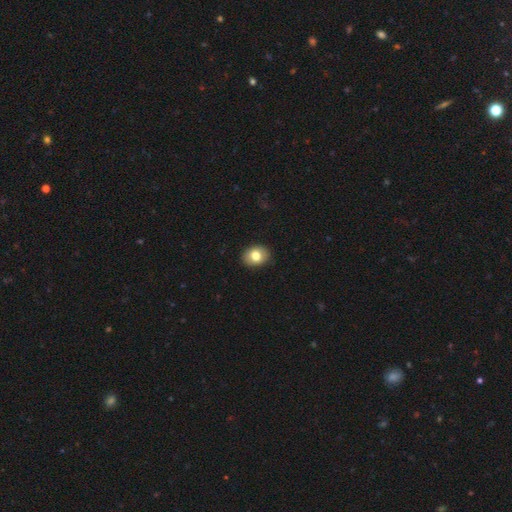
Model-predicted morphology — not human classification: This appears to be a smooth galaxy with no disk features (79%) that is in between round and cigar-shaped (56%). Merging: none (90%).